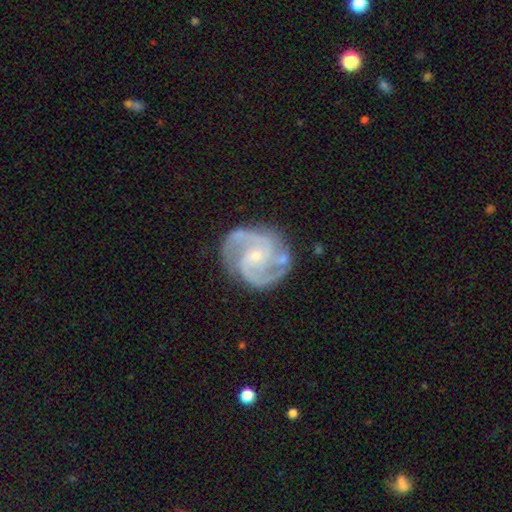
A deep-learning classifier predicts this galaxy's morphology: smooth-or-featured: featured or disk: 91% | star or artifact: 5% | smooth: 4%
  disk-edge-on: no: 98% | yes: 2%
    bar: no: 54% | weak: 34% | strong: 11%
    has-spiral-arms: yes: 98% | no: 2%
      spiral-winding: medium: 54% | tight: 37% | loose: 9%
      spiral-arm-count: 2: 59% | 3: 26% | can't tell: 5% | 4: 4% | 1: 3% | more than 4: 3%
    bulge-size: small: 75% | moderate: 21% | none: 2% | large: 1% | dominant: 1%
  merging: none: 75% | minor disturbance: 17% | major disturbance: 5% | merger: 3%